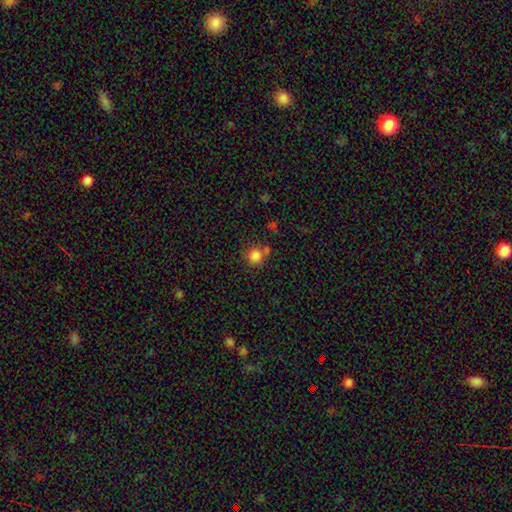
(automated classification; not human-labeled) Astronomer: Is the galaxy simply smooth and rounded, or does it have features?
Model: smooth — 83%.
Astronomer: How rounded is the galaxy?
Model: round — 92%.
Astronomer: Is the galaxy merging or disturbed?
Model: none — 68%.